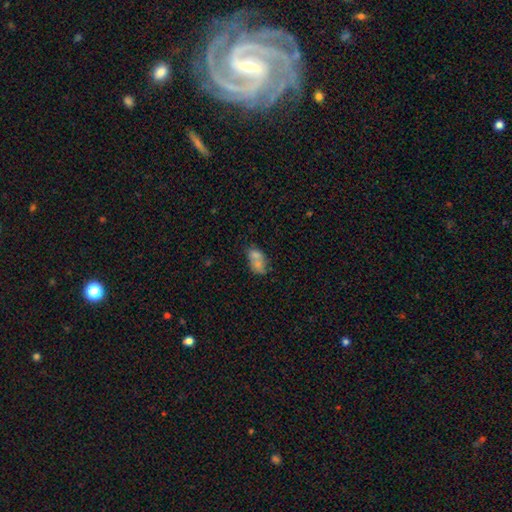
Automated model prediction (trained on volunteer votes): smooth_or_featured: smooth (p=0.65) [alt: featured or disk p=0.23]
how_rounded: in between (p=0.66) [alt: round p=0.31]
merging: merger (p=0.61) [alt: none p=0.24]